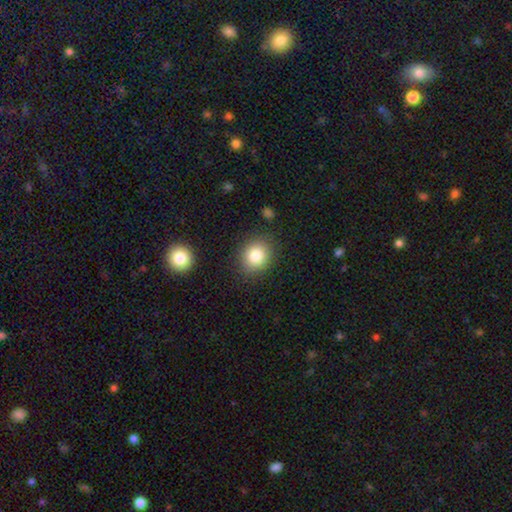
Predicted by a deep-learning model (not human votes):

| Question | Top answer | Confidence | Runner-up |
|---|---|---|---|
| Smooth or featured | smooth | 83% | star or artifact (10%) |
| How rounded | round | 72% | in between (28%) |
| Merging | none | 85% | minor disturbance (10%) |